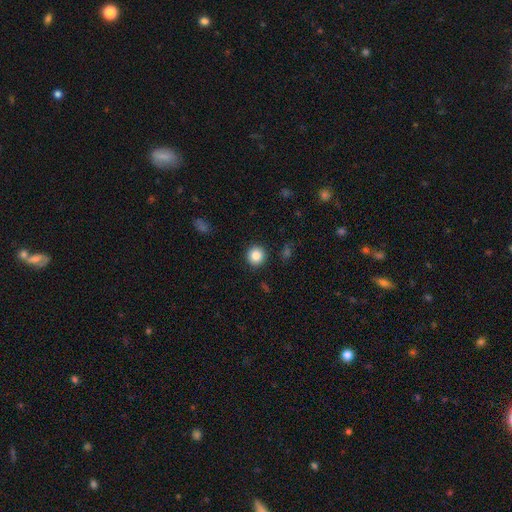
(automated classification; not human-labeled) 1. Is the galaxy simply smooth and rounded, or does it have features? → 85% smooth, 10% star or artifact, 5% featured or disk.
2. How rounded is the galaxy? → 94% round, 5% in between, 1% cigar-shaped.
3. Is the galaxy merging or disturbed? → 91% none, 5% minor disturbance, 2% major disturbance, 1% merger.